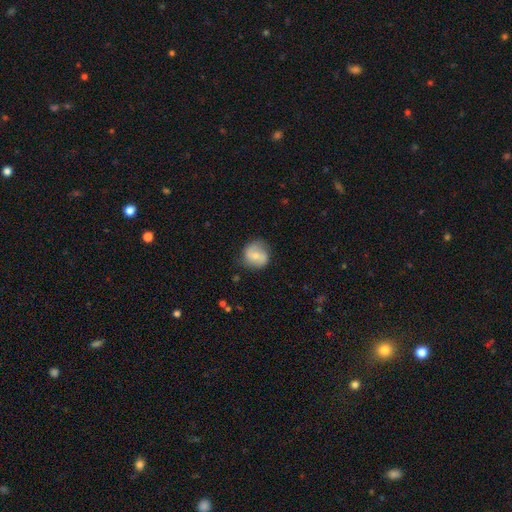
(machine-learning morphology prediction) Smooth or featured? smooth (52%)
How rounded? round (84%)
Merging? none (75%)